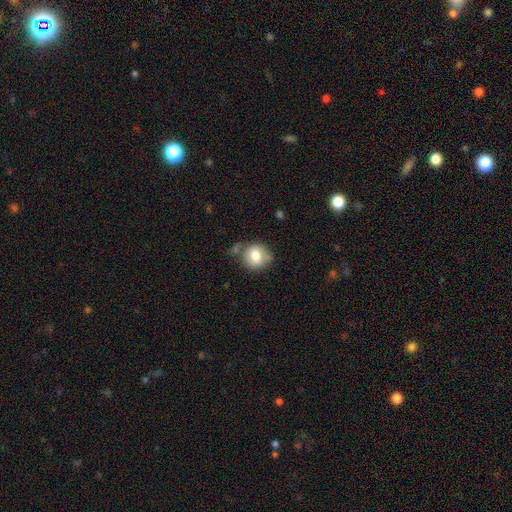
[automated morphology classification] This is likely a smooth galaxy (72%). How rounded: likely round (74%). Merging: likely none (62%).